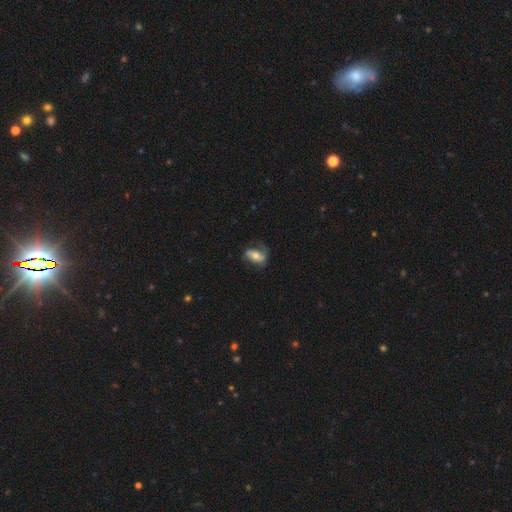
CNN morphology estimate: Smooth or featured? Predicted: featured or disk (p=0.58). Edge-on disk? Predicted: no (p=0.92). Bar? Predicted: no (p=0.41). Spiral arms? Predicted: yes (p=0.81). Bulge size? Predicted: moderate (p=0.61). Merging? Predicted: none (p=0.51).